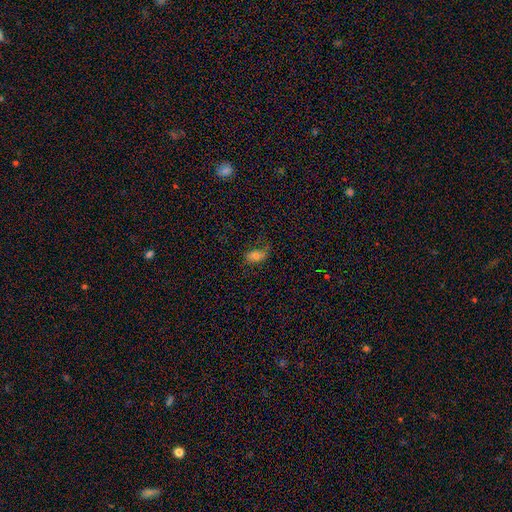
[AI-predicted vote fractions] Smooth or featured? smooth (75%)
How rounded? in between (90%)
Merging? none (62%)